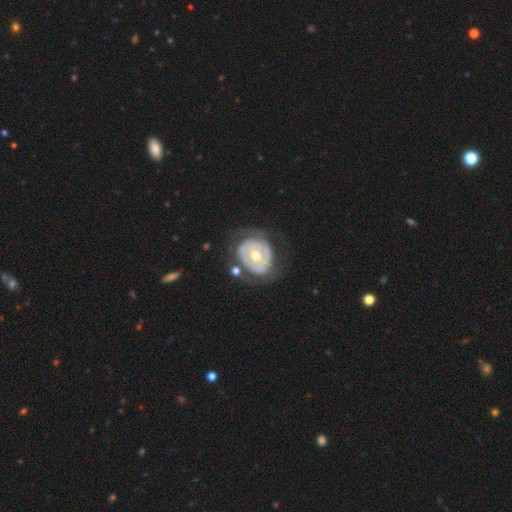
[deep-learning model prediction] A featured or disk galaxy (68%) with no bar (69%), no spiral arms (57%) and a moderate central bulge (66%). Merging: none (55%).